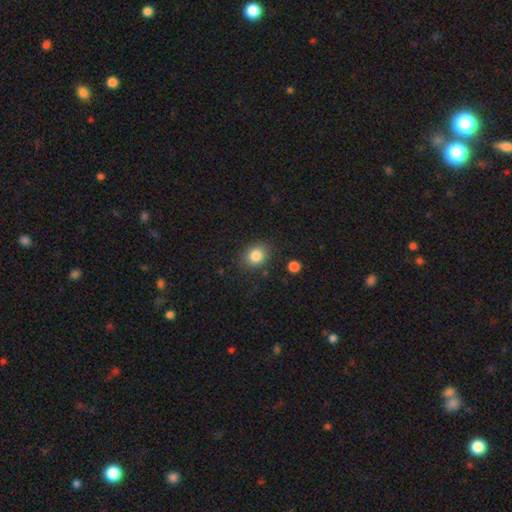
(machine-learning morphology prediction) This is clearly a smooth galaxy (84%). How rounded: possibly round (59%). Merging: clearly none (83%).